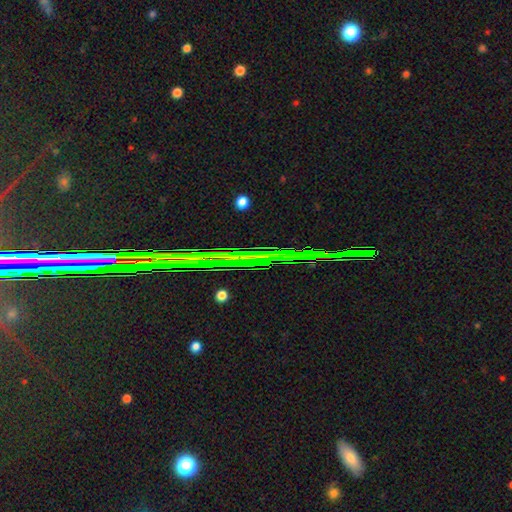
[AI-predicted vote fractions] Q: Smooth or featured?
A: star or artifact (80%); runner-up: featured or disk (12%)